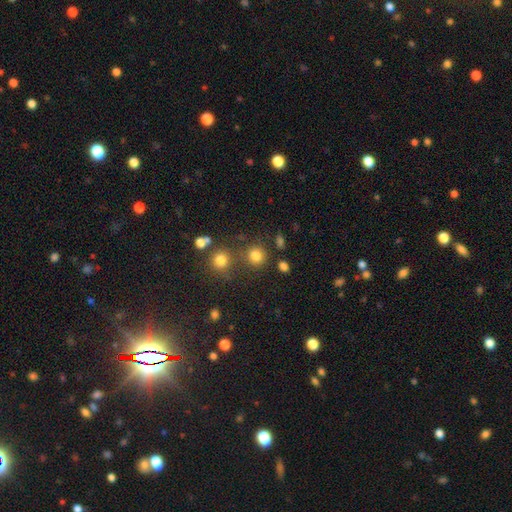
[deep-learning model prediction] Overall: smooth (79%). How rounded: round (86%). Merging: none (74%).